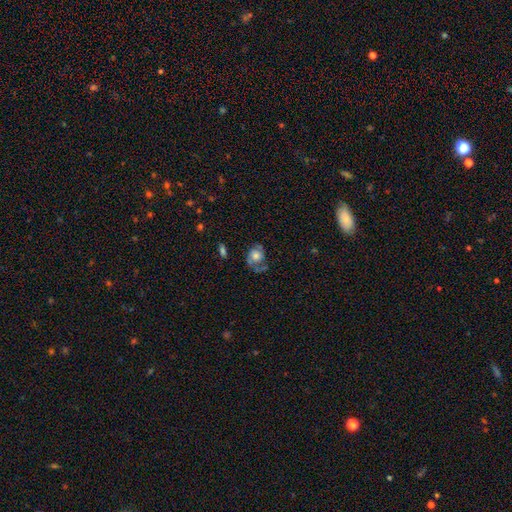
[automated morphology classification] Smooth or featured?
  - smooth: 47% *
  - featured or disk: 44%
  - star or artifact: 9%
Merging?
  - none: 44% *
  - minor disturbance: 26%
  - major disturbance: 25%
  - merger: 5%